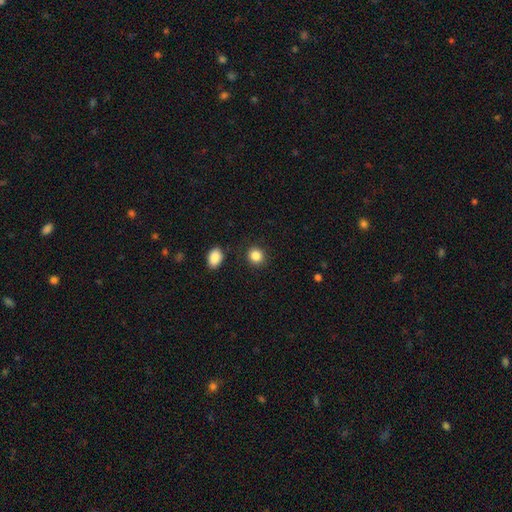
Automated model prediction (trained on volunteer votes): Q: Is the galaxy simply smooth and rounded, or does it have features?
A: smooth — 86%.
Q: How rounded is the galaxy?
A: round — 83%.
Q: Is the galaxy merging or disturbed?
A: none — 88%.